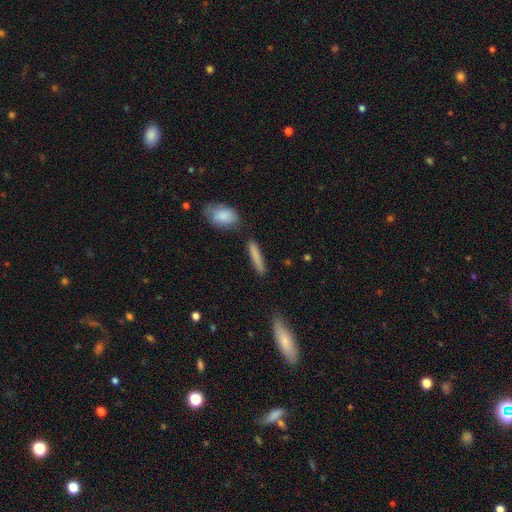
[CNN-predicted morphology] Overall: smooth (80%). How rounded: cigar-shaped (87%). Merging: none (79%).